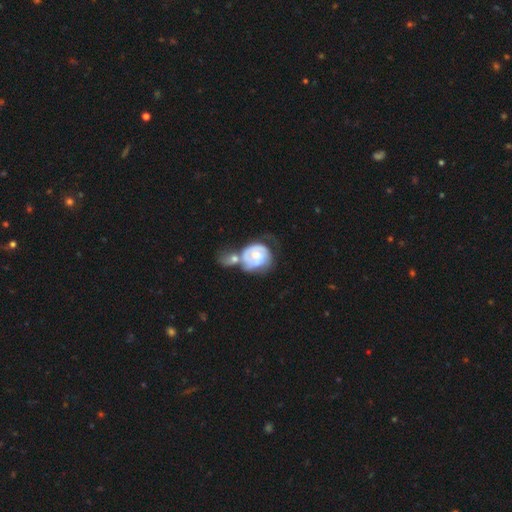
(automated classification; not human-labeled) smooth-or-featured: featured or disk: 70% | smooth: 25% | star or artifact: 5%
  disk-edge-on: no: 97% | yes: 3%
    bar: no: 62% | weak: 31% | strong: 7%
    has-spiral-arms: yes: 78% | no: 22%
      spiral-winding: tight: 62% | medium: 27% | loose: 11%
      spiral-arm-count: 2: 40% | can't tell: 28% | 1: 23% | 3: 5% | 4: 2% | more than 4: 2%
    bulge-size: moderate: 51% | small: 34% | large: 8% | none: 6% | dominant: 2%
  merging: merger: 52% | none: 19% | major disturbance: 16% | minor disturbance: 13%